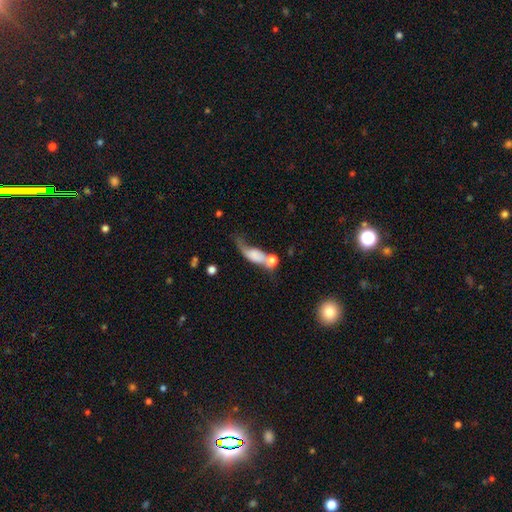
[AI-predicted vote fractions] A smooth galaxy with no disk features (54%) that is in between round and cigar-shaped (66%).

Vote fractions:
- Smooth or featured? smooth: 54% / featured or disk: 37% / star or artifact: 10%
- How rounded? in between: 66% / round: 18% / cigar-shaped: 16%
- Merging? merger: 39% / major disturbance: 27% / none: 19% / minor disturbance: 15%